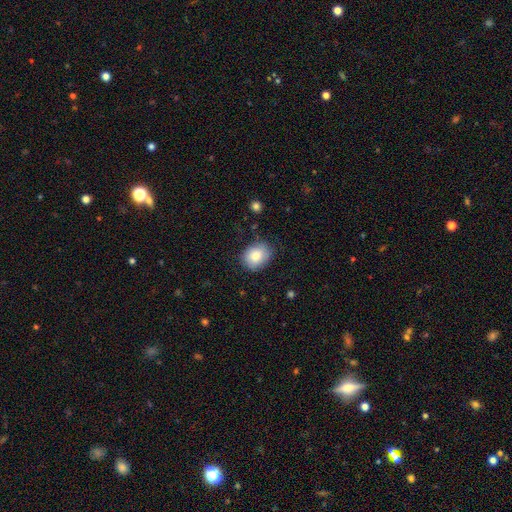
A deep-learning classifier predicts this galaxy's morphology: Smooth or featured?
  - smooth: 82% *
  - featured or disk: 10%
  - star or artifact: 8%
How rounded?
  - in between: 52% *
  - round: 48%
  - cigar-shaped: 1%
Merging?
  - none: 78% *
  - minor disturbance: 17%
  - major disturbance: 4%
  - merger: 1%